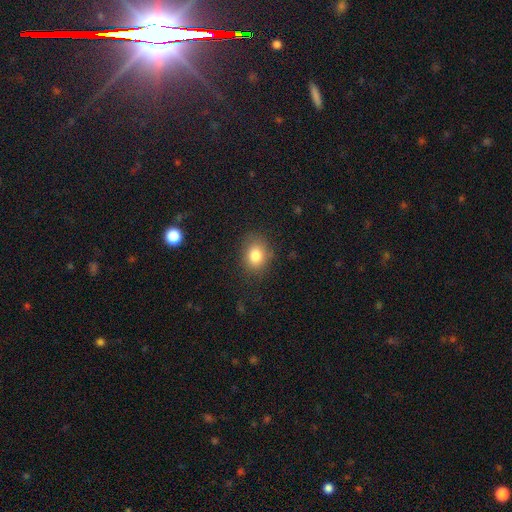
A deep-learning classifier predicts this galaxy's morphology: Overall: smooth (82%). How rounded: in between (53%; round 46%). Merging: none (80%).